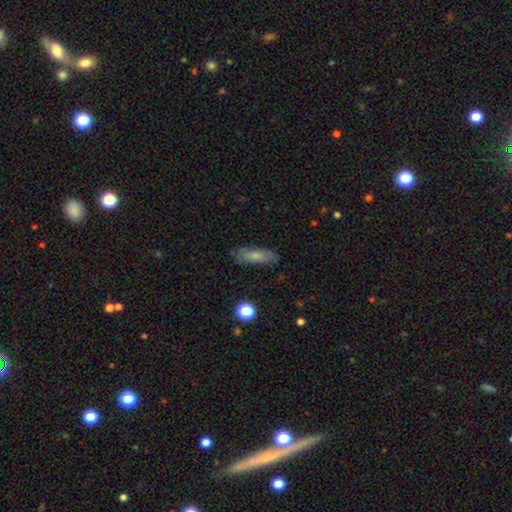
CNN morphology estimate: Smooth or featured: smooth — 71% (featured or disk — 21%)
How rounded: in between — 51% (cigar-shaped — 46%)
Merging: none — 76% (minor disturbance — 18%)